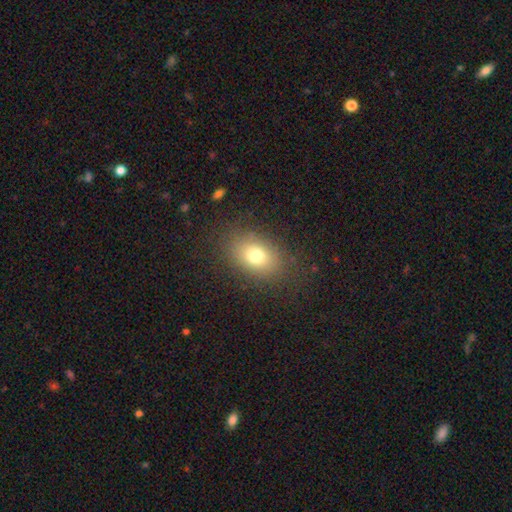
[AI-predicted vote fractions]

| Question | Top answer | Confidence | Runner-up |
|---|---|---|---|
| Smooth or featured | smooth | 75% | star or artifact (13%) |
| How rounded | in between | 72% | round (26%) |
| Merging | none | 83% | minor disturbance (11%) |